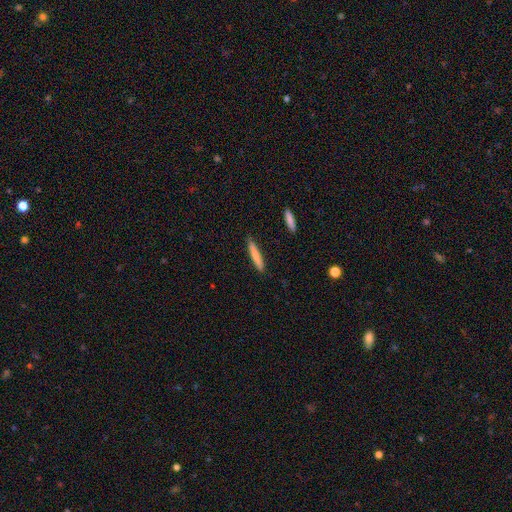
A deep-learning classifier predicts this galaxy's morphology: A smooth galaxy with no disk features (77%) that is cigar-shaped (92%). Merging: none (89%).